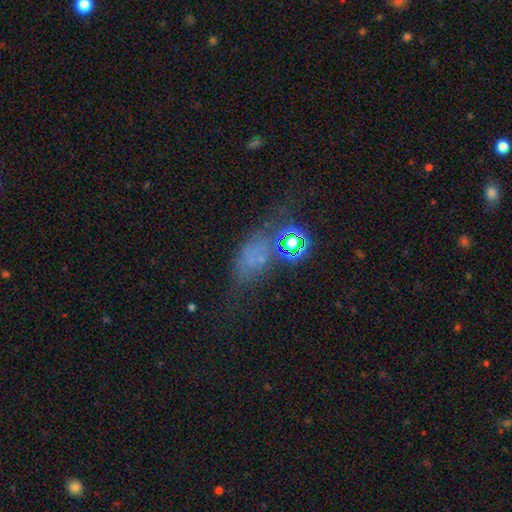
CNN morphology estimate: Smooth or featured? smooth (44%)
Merging? none (44%)